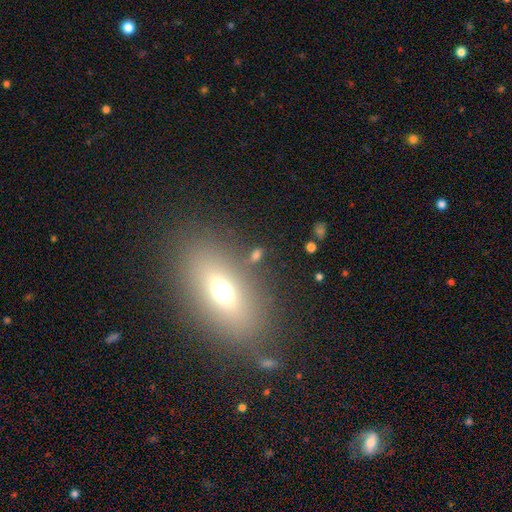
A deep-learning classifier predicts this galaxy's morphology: A smooth galaxy with no disk features (57%) that is in between round and cigar-shaped (70%).

Vote fractions:
- Smooth or featured? smooth: 57% / star or artifact: 22% / featured or disk: 21%
- How rounded? in between: 70% / round: 21% / cigar-shaped: 9%
- Merging? none: 78% / minor disturbance: 10% / merger: 6% / major disturbance: 6%